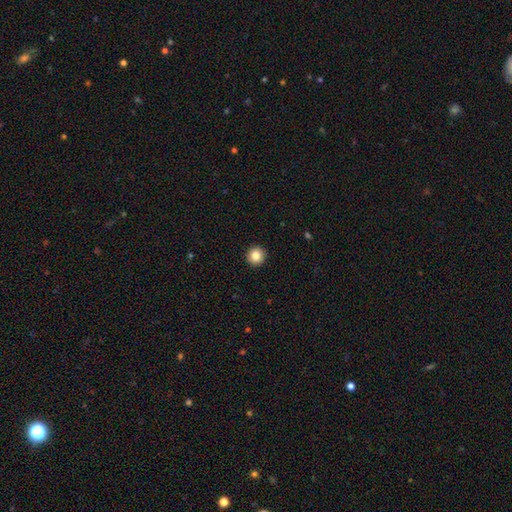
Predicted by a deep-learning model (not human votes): Smooth or featured? Predicted: smooth (p=0.84). How rounded? Predicted: round (p=0.95). Merging? Predicted: none (p=0.93).